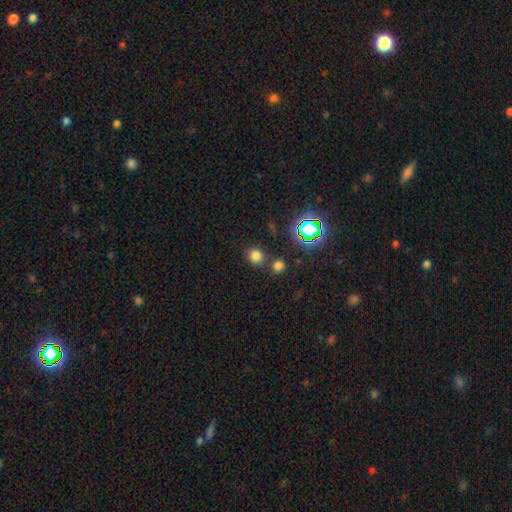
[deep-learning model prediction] This appears to be a smooth galaxy with no disk features (72%) that is round (80%). Merging: none (75%).